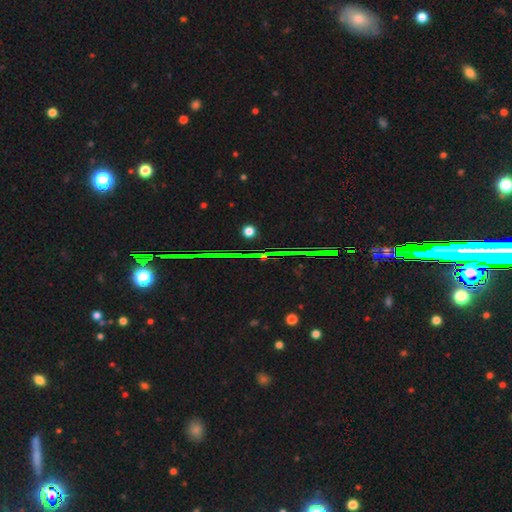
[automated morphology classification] Q: Smooth or featured?
A: star or artifact (76%); runner-up: smooth (12%)